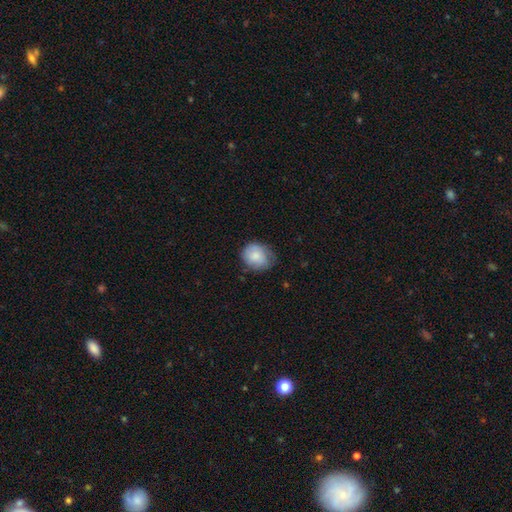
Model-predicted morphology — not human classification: smooth_or_featured: smooth (p=0.77) [alt: featured or disk p=0.17]
how_rounded: round (p=0.60) [alt: in between p=0.40]
merging: none (p=0.58) [alt: minor disturbance p=0.32]